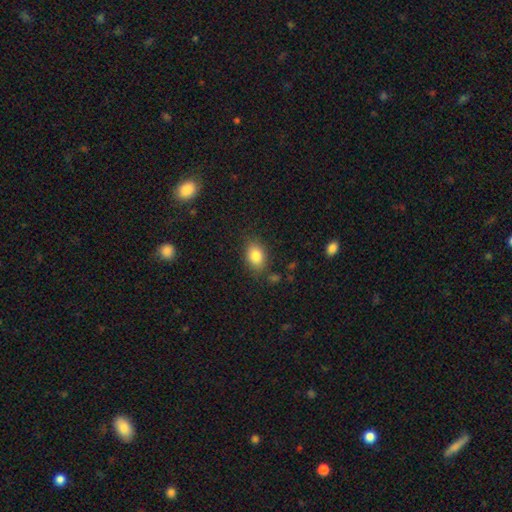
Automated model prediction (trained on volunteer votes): smooth_or_featured: smooth (p=0.84) [alt: star or artifact p=0.09]
how_rounded: in between (p=0.78) [alt: round p=0.21]
merging: none (p=0.81) [alt: minor disturbance p=0.13]